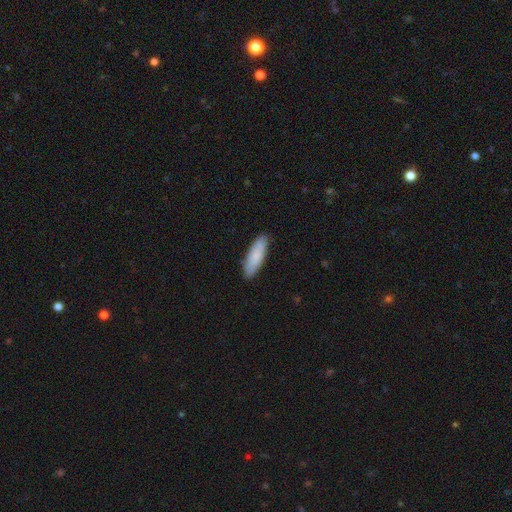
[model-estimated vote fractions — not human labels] Smooth or featured? Predicted: smooth (p=0.85). How rounded? Predicted: cigar-shaped (p=0.54). Merging? Predicted: none (p=0.88).